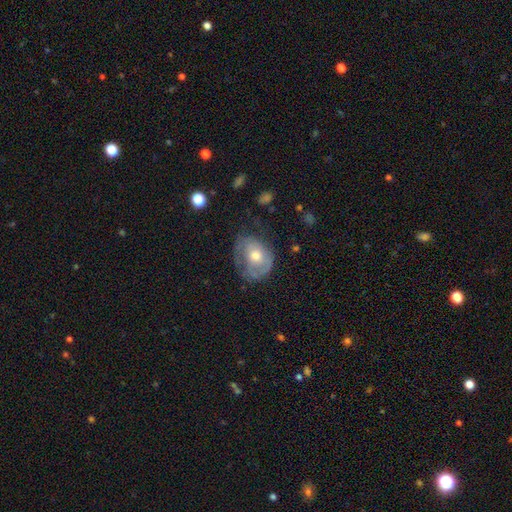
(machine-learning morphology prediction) Overall: featured or disk (52%; smooth 40%). Edge-on disk: no (96%). Bar: no (80%). Spiral arms: yes (56%; no 44%). Bulge size: moderate (69%). Merging: none (49%; minor disturbance 29%).